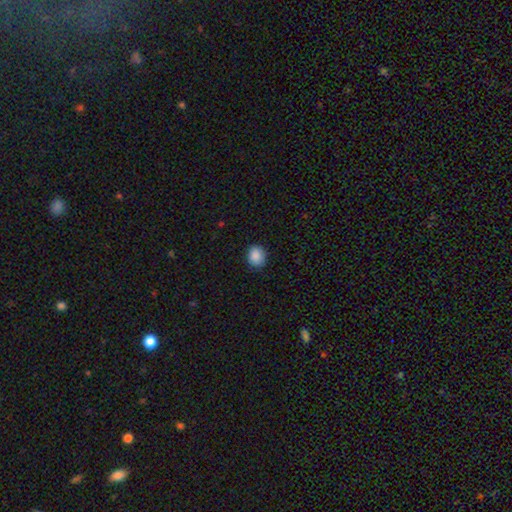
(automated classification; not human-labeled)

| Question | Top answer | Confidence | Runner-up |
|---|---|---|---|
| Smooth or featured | smooth | 89% | star or artifact (9%) |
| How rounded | round | 57% | in between (42%) |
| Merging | none | 87% | minor disturbance (10%) |